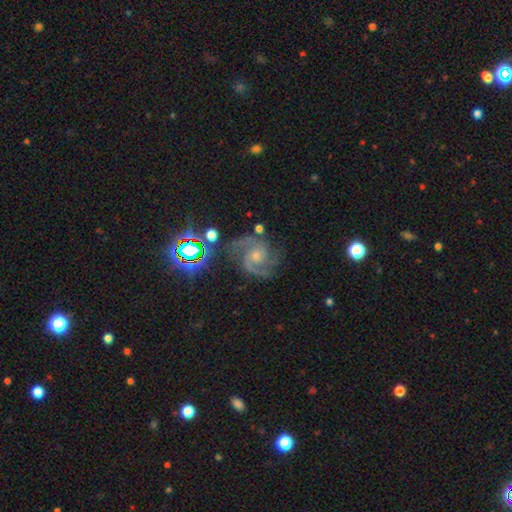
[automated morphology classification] type=featured or disk (85%); edge-on=no (98%); bar=no (60%); spiral arms=yes (98%); winding=medium (58%); arm count=2 (70%); bulge=small (46%); merging=none (72%).